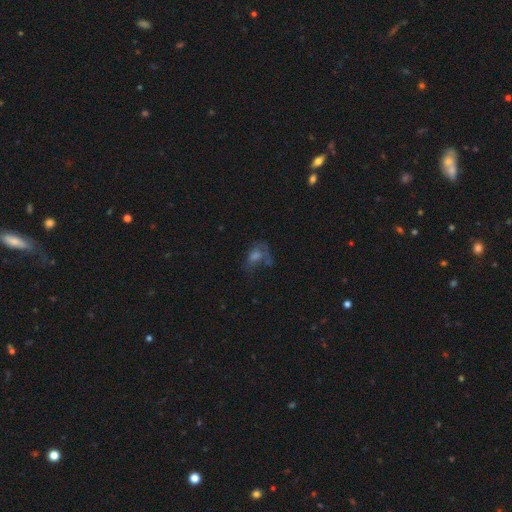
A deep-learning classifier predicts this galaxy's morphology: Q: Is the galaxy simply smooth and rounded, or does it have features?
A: smooth — 41%.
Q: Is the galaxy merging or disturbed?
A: none — 37%.